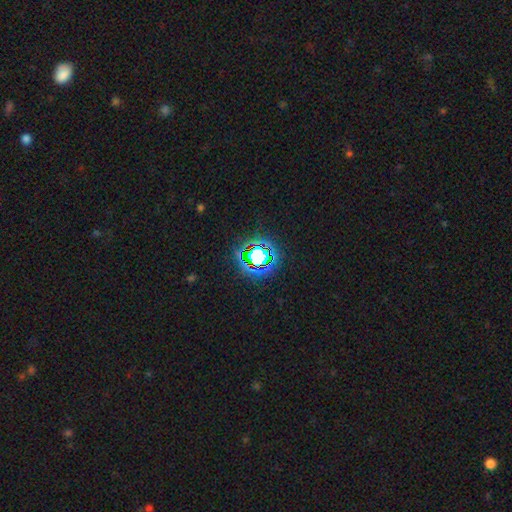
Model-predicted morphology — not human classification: smooth_or_featured: star or artifact (p=0.69) [alt: smooth p=0.19]